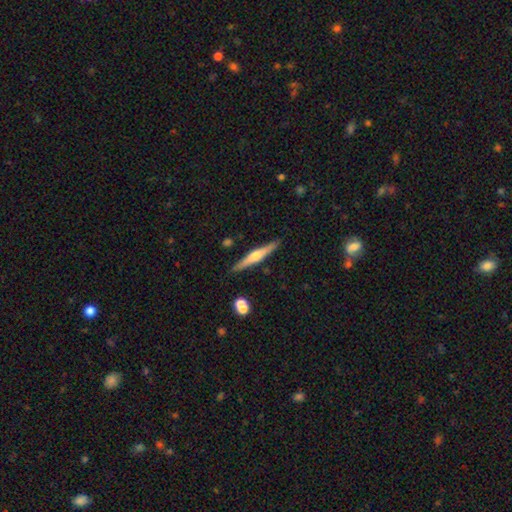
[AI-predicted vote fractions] Smooth or featured: featured or disk — 66% (smooth — 28%)
Edge-on disk: yes — 97% (no — 3%)
Edge-on bulge: rounded — 86% (boxy — 8%)
Merging: none — 89% (minor disturbance — 8%)